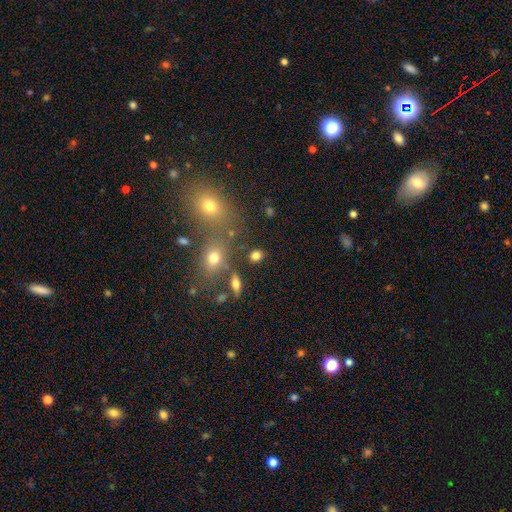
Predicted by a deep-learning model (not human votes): A smooth galaxy with no disk features (77%) that is round (56%).

Vote fractions:
- Smooth or featured? smooth: 77% / star or artifact: 13% / featured or disk: 10%
- How rounded? round: 56% / in between: 41% / cigar-shaped: 3%
- Merging? none: 78% / minor disturbance: 9% / merger: 8% / major disturbance: 4%